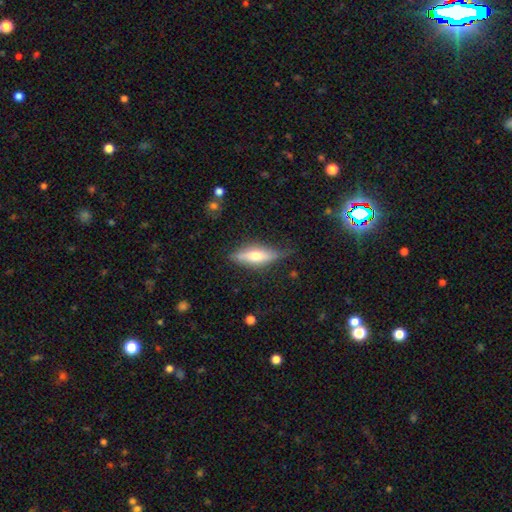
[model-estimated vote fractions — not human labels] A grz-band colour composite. It shows a smooth galaxy with no disk features (51%) that is in between round and cigar-shaped (51%). Merging: none (69%).